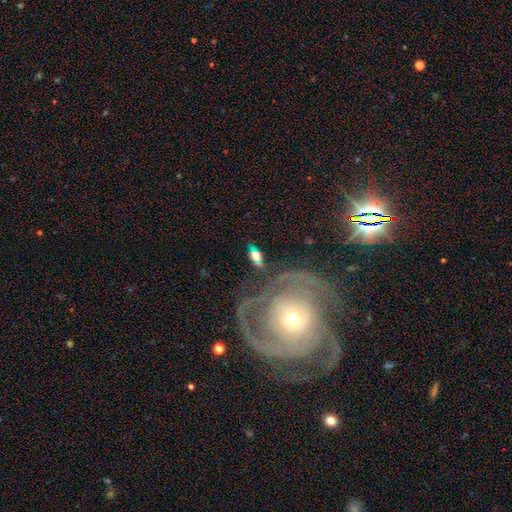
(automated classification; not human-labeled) Smooth or featured? smooth (53%)
How rounded? in between (76%)
Merging? none (62%)